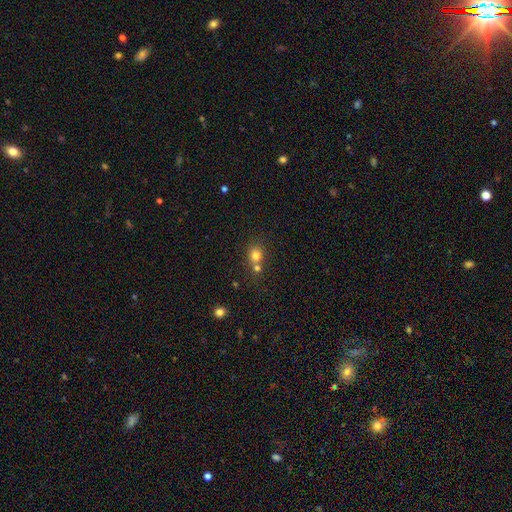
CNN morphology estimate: Smooth or featured: smooth — 77% (star or artifact — 14%)
How rounded: round — 79% (in between — 20%)
Merging: none — 47% (merger — 42%)